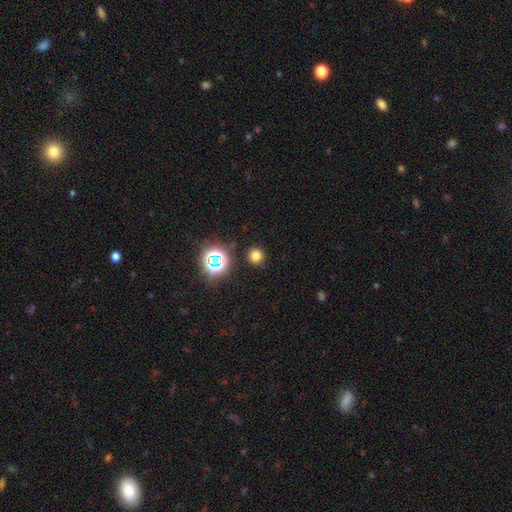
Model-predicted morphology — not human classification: smooth-or-featured: smooth: 73% | star or artifact: 21% | featured or disk: 6%
  how-rounded: round: 93% | in between: 7% | cigar-shaped: 1%
  merging: none: 90% | minor disturbance: 6% | major disturbance: 2% | merger: 2%